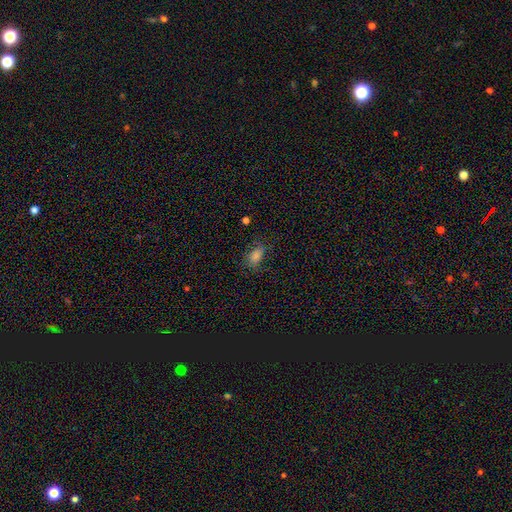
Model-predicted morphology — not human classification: The model was most divided on "merging": none: 67%, minor disturbance: 21%, major disturbance: 11%, merger: 2%. More confident: how rounded — in between (82%); smooth or featured — smooth (68%).